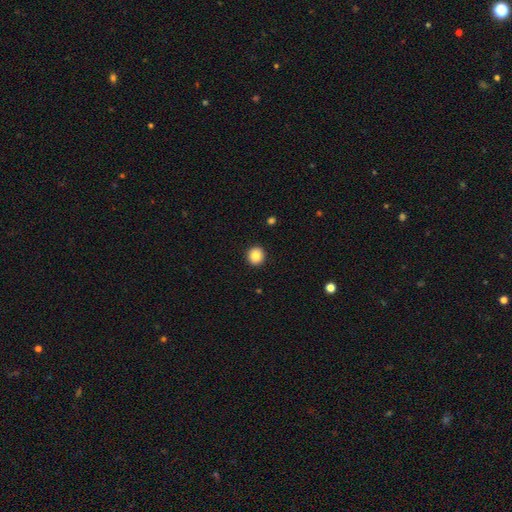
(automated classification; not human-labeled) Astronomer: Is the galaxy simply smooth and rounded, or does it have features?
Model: smooth — 86%.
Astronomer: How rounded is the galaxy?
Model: round — 89%.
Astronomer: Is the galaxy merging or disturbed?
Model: none — 93%.